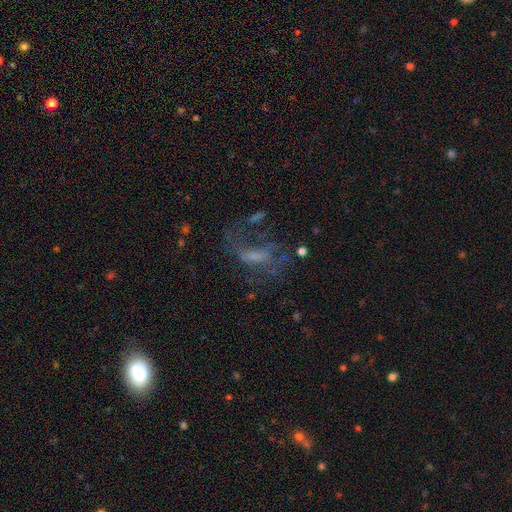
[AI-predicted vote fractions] Morphology: type=featured or disk (55%); edge-on=no (92%); bar=no (42%); spiral arms=yes (50%, tied with no); bulge=none (40%); merging=major disturbance (41%).